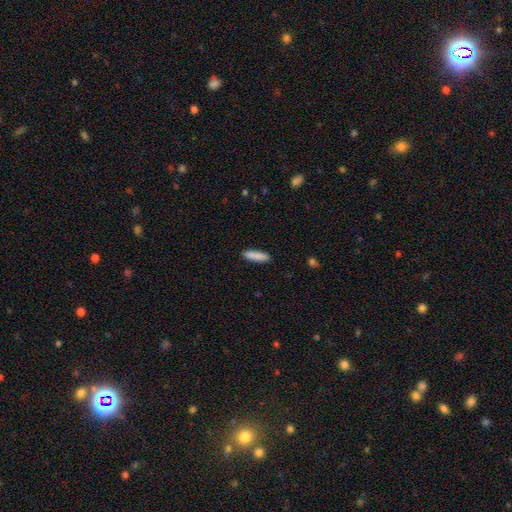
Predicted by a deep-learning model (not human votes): smooth_or_featured: smooth (p=0.87) [alt: featured or disk p=0.07]
how_rounded: cigar-shaped (p=0.70) [alt: in between p=0.29]
merging: none (p=0.88) [alt: minor disturbance p=0.09]